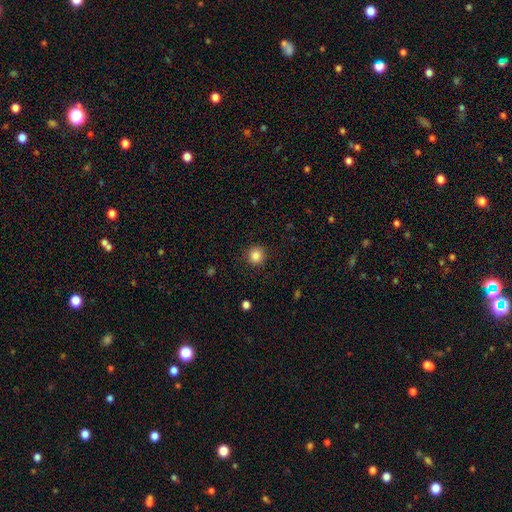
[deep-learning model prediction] This appears to be a smooth galaxy with no disk features (85%) that is round (94%). Merging: none (90%).